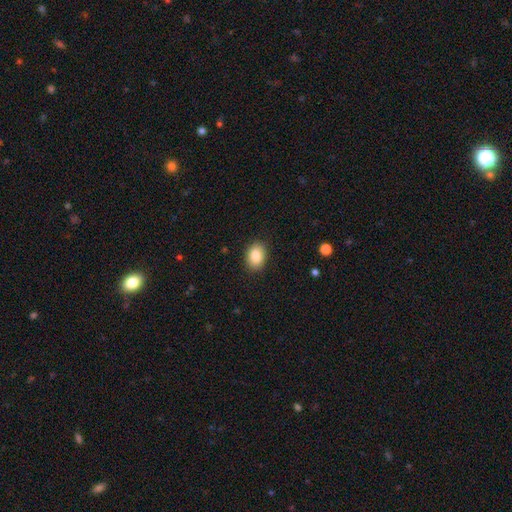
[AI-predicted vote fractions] Q: Smooth or featured?
A: smooth (87%); runner-up: star or artifact (8%)
Q: How rounded?
A: in between (78%); runner-up: round (21%)
Q: Merging?
A: none (89%); runner-up: minor disturbance (8%)